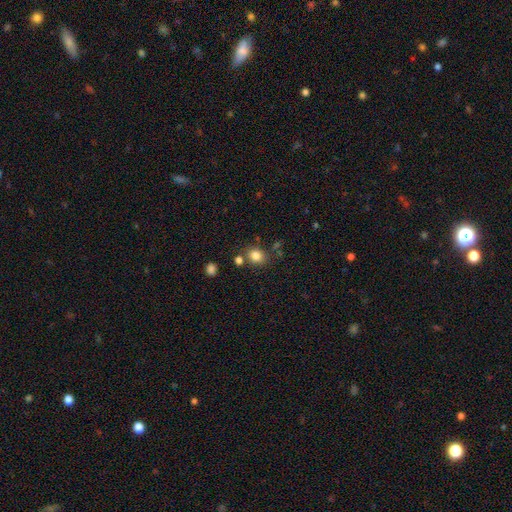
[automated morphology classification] Overall: smooth (82%). How rounded: round (68%; in between 31%). Merging: none (75%).